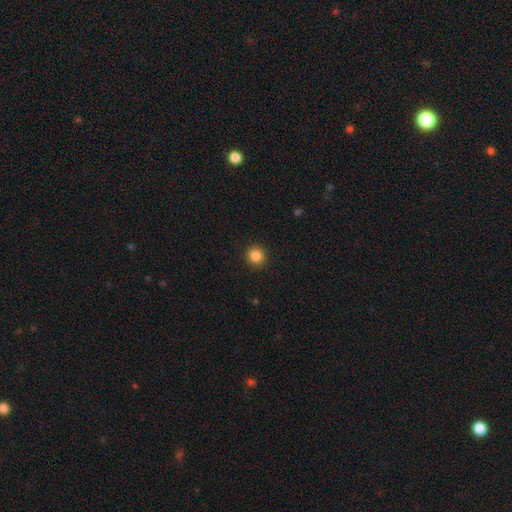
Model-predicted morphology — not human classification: A smooth galaxy with no disk features (86%) that is round (94%).

Vote fractions:
- Smooth or featured? smooth: 86% / star or artifact: 11% / featured or disk: 4%
- How rounded? round: 94% / in between: 5% / cigar-shaped: 1%
- Merging? none: 92% / minor disturbance: 5% / major disturbance: 2% / merger: 1%